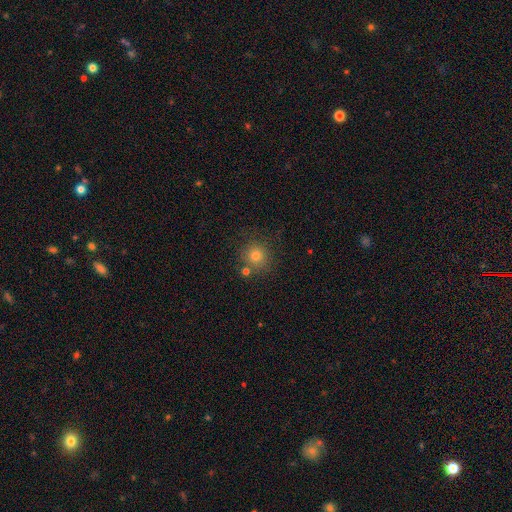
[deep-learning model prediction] This appears to be a smooth galaxy with no disk features (78%) that is round (93%). Merging: none (78%).